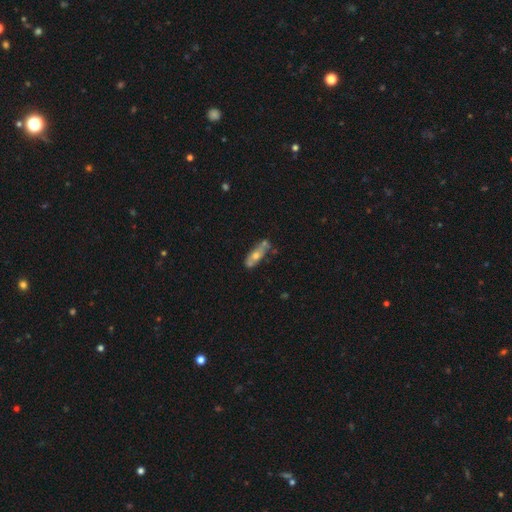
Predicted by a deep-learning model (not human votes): smooth-or-featured: smooth: 49% | featured or disk: 44% | star or artifact: 7%
  merging: none: 50% | minor disturbance: 25% | merger: 17% | major disturbance: 8%